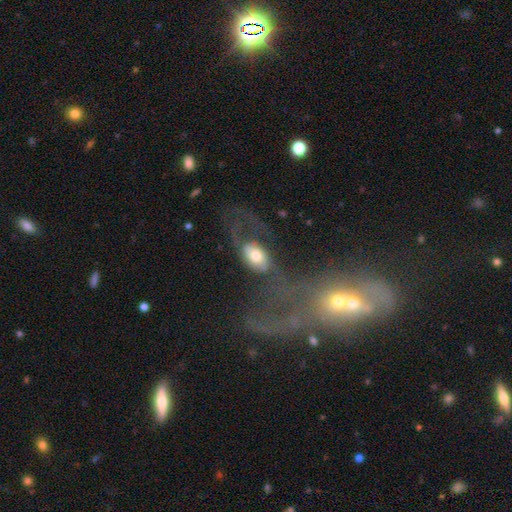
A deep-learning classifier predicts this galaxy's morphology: Smooth or featured?
  - smooth: 46% * (tied)
  - featured or disk: 46% * (tied)
  - star or artifact: 8%
Merging?
  - none: 40% *
  - major disturbance: 34%
  - minor disturbance: 17%
  - merger: 10%